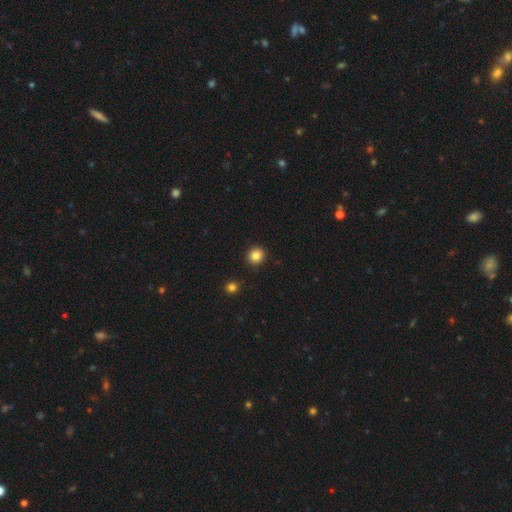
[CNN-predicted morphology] smooth-or-featured: smooth: 85% | star or artifact: 11% | featured or disk: 5%
  how-rounded: round: 87% | in between: 12% | cigar-shaped: 1%
  merging: none: 92% | minor disturbance: 5% | major disturbance: 2% | merger: 2%